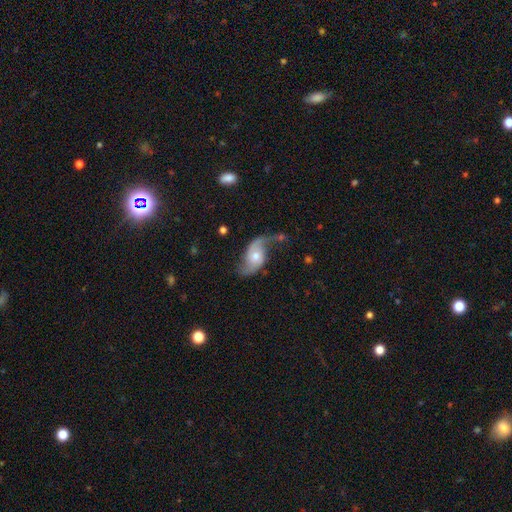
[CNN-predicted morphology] A featured or disk galaxy (81%) with no bar (67%), 2 (89%) loose (74%) spiral arms (94%) and a moderate central bulge (59%). Merging: none (56%).